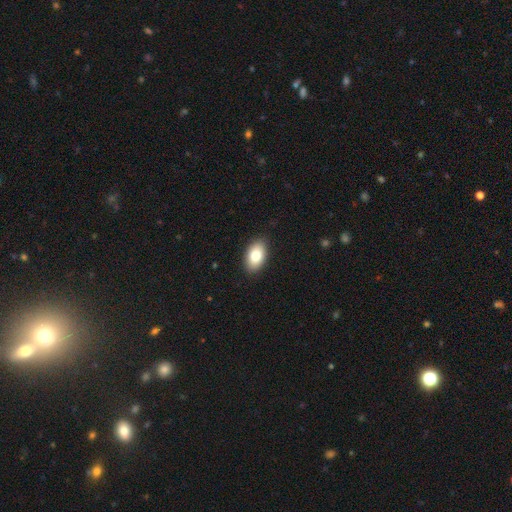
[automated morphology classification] This appears to be a smooth galaxy with no disk features (80%) that is in between round and cigar-shaped (92%). Merging: none (89%).